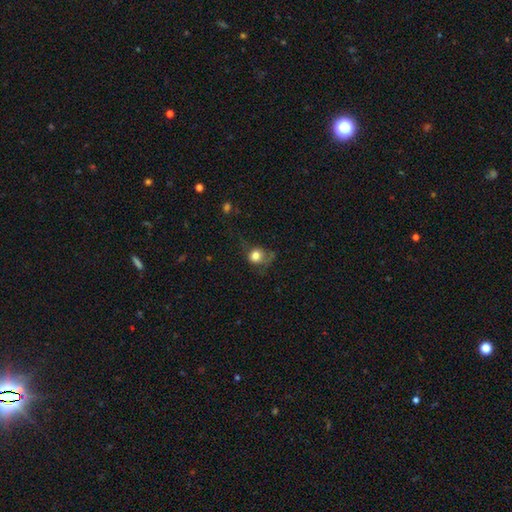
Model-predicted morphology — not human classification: This appears to be a smooth galaxy with no disk features (76%) that is round (73%). Merging: none (38%).